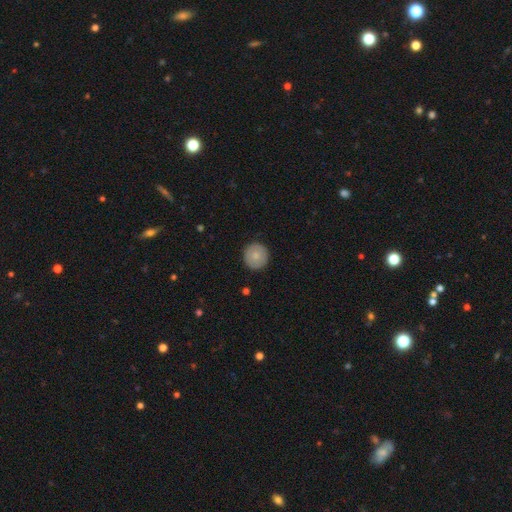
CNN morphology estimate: This is likely a smooth galaxy (78%). How rounded: clearly round (94%). Merging: clearly none (91%).